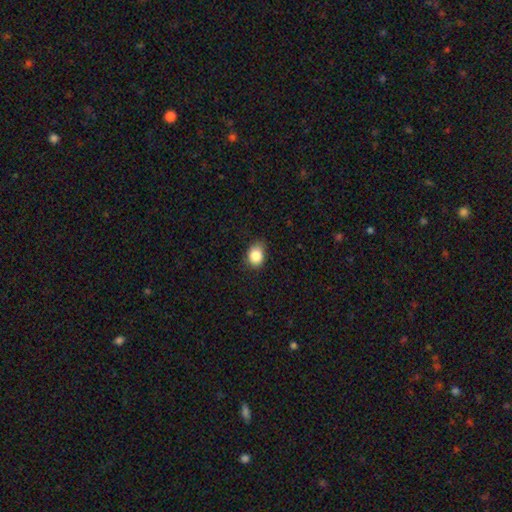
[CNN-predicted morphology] Q: Smooth or featured?
A: smooth (85%); runner-up: star or artifact (9%)
Q: How rounded?
A: in between (55%); runner-up: round (44%)
Q: Merging?
A: none (69%); runner-up: minor disturbance (26%)